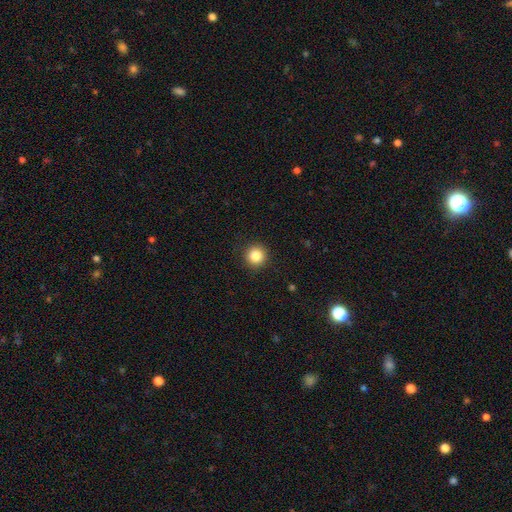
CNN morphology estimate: Overall: smooth (85%). How rounded: round (95%). Merging: none (92%).